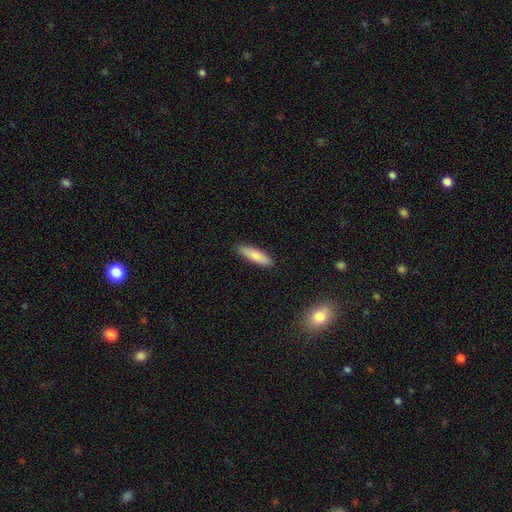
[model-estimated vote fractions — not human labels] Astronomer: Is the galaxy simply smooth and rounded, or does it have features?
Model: smooth — 84%.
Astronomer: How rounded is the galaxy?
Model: cigar-shaped — 62%.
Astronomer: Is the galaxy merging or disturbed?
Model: none — 89%.